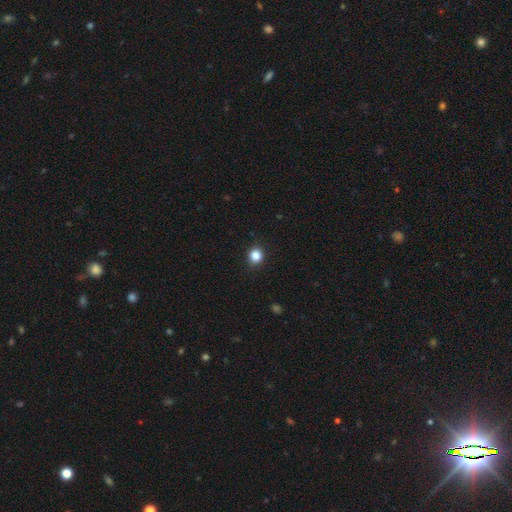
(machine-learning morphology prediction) This is clearly a smooth galaxy (84%). How rounded: clearly round (88%). Merging: clearly none (91%).